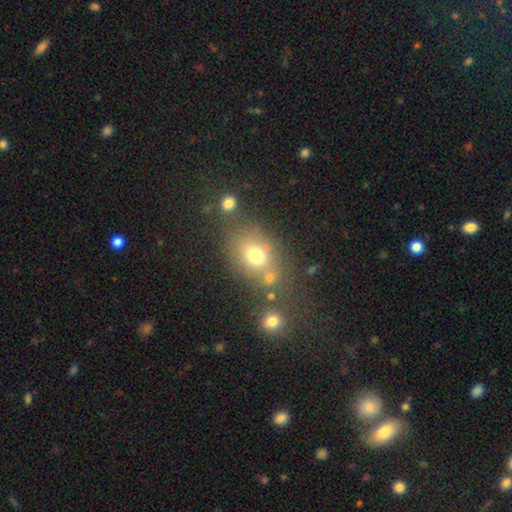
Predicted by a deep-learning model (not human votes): This is likely a smooth galaxy (69%). How rounded: possibly in between (58%). Merging: likely none (60%).